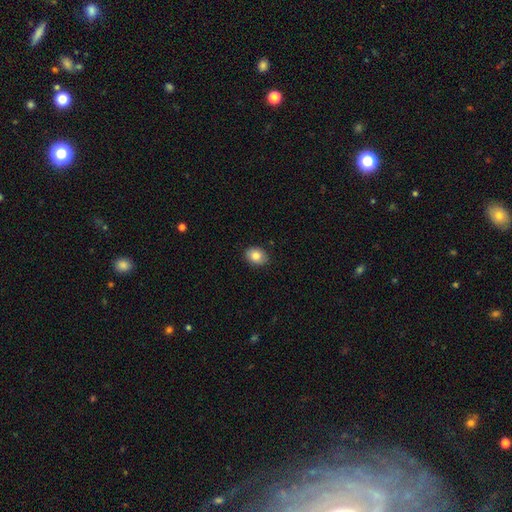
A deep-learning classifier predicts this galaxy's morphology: Smooth or featured? smooth (85%)
How rounded? in between (59%)
Merging? none (87%)